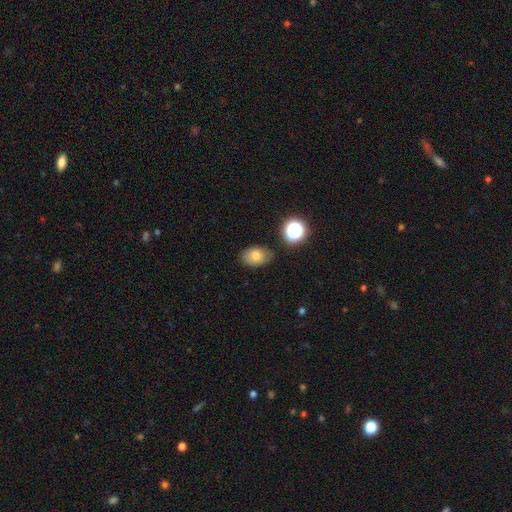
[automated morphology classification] A smooth galaxy with no disk features (78%) that is in between round and cigar-shaped (83%).

Vote fractions:
- Smooth or featured? smooth: 78% / star or artifact: 11% / featured or disk: 11%
- How rounded? in between: 83% / round: 15% / cigar-shaped: 1%
- Merging? none: 78% / minor disturbance: 16% / major disturbance: 4% / merger: 3%